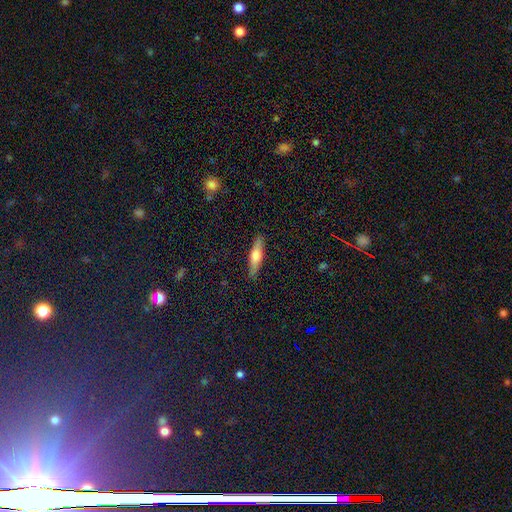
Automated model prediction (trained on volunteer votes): Smooth or featured?
  - featured or disk: 48% *
  - smooth: 46%
  - star or artifact: 6%
Merging?
  - none: 89% *
  - minor disturbance: 8%
  - major disturbance: 2%
  - merger: 1%